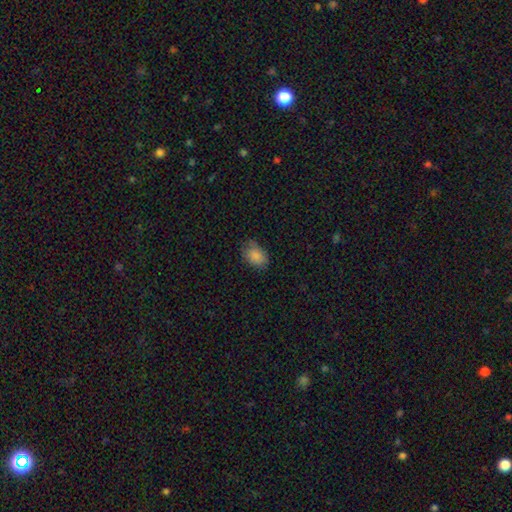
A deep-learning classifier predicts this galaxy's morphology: type=smooth (86%); roundness=in between (82%); merging=none (67%).